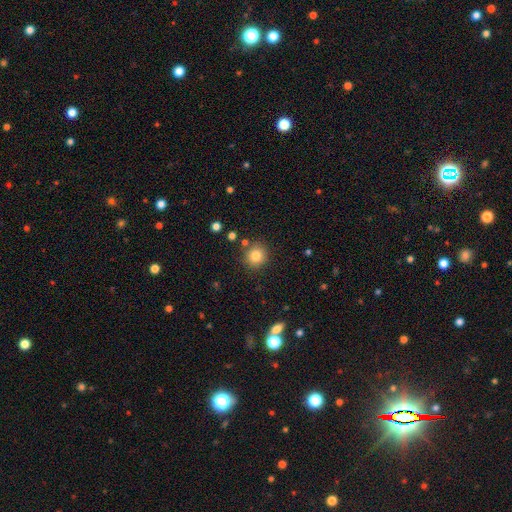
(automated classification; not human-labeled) Smooth or featured? smooth (81%)
How rounded? round (92%)
Merging? none (85%)